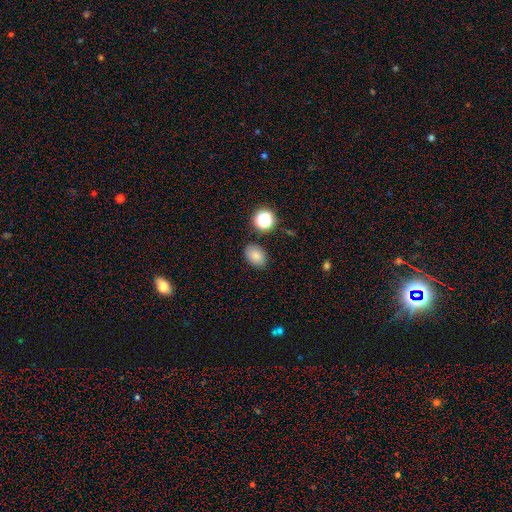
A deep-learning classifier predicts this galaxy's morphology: Smooth or featured? smooth (82%)
How rounded? in between (81%)
Merging? none (84%)